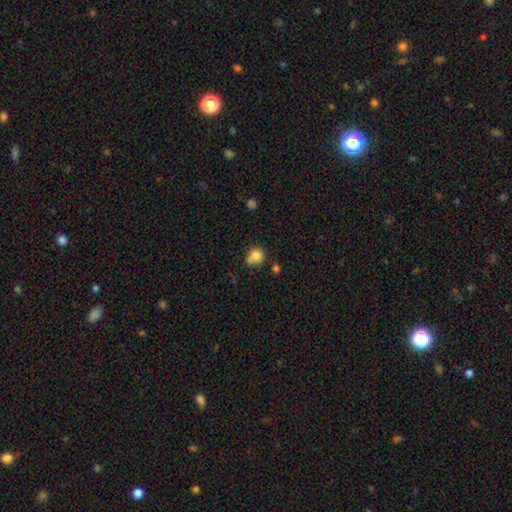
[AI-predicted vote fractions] Overall: smooth (82%). How rounded: round (82%). Merging: none (53%; minor disturbance 24%).